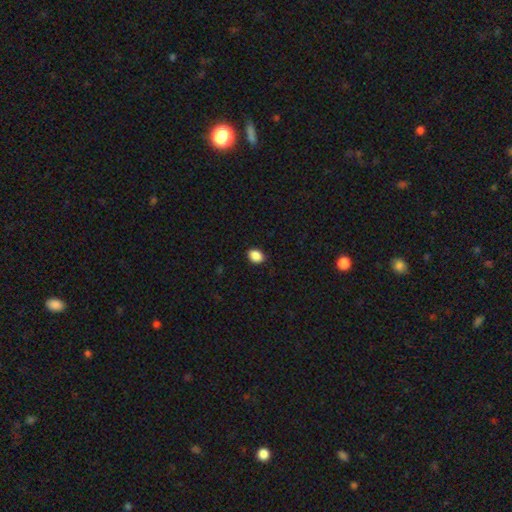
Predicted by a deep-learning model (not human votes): Overall: smooth (89%). How rounded: in between (67%; round 32%). Merging: none (89%).